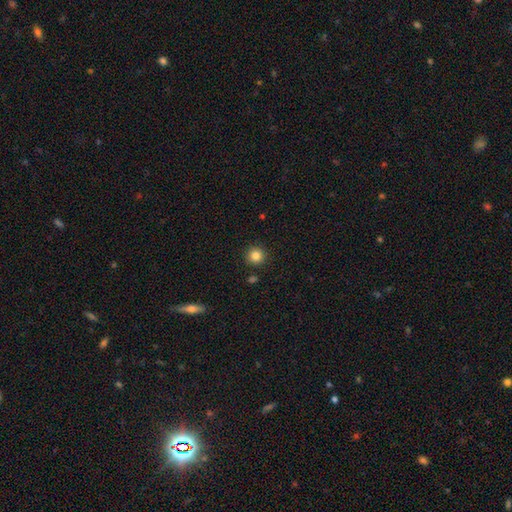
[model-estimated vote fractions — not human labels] Smooth or featured?
  - smooth: 84% *
  - star or artifact: 11%
  - featured or disk: 5%
How rounded?
  - round: 95% *
  - in between: 4%
  - cigar-shaped: 1%
Merging?
  - none: 91% *
  - minor disturbance: 5%
  - merger: 2%
  - major disturbance: 2%